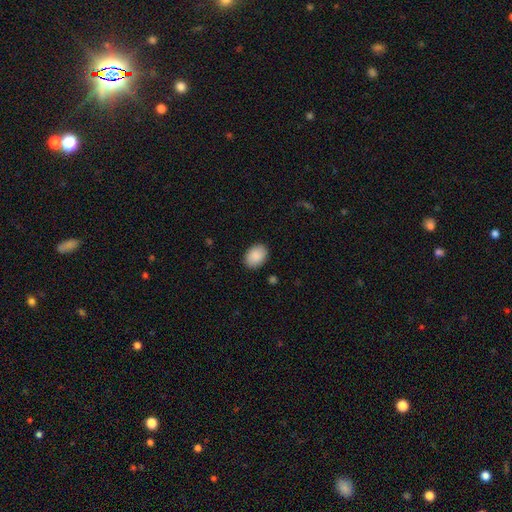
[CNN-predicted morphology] Smooth or featured: smooth — 90% (star or artifact — 6%)
How rounded: in between — 78% (round — 21%)
Merging: none — 88% (minor disturbance — 9%)